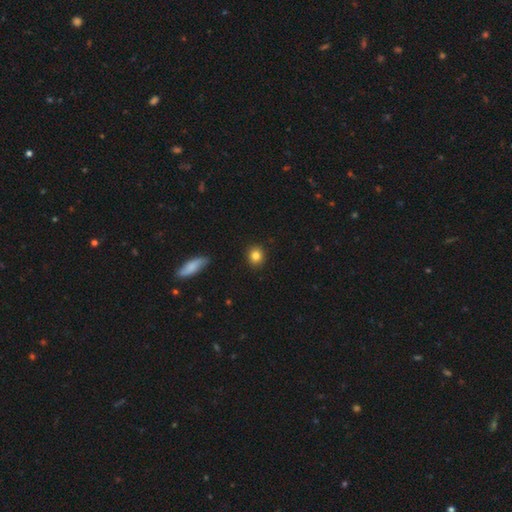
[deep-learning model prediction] The model was most divided on "how rounded": round: 82%, in between: 17%, cigar-shaped: 1%. More confident: merging — none (90%); smooth or featured — smooth (84%).